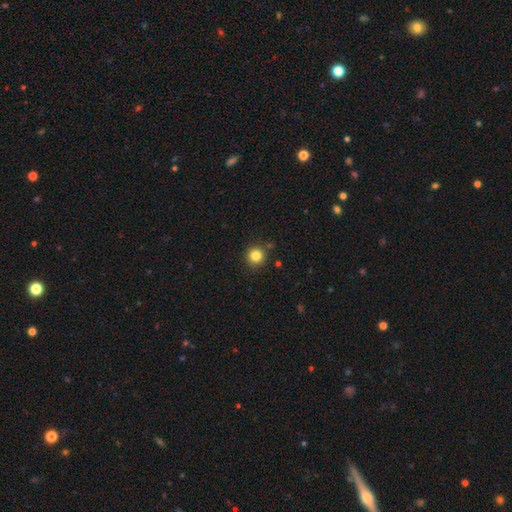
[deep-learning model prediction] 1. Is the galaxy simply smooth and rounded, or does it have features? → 83% smooth, 12% star or artifact, 5% featured or disk.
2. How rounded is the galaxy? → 94% round, 5% in between, 1% cigar-shaped.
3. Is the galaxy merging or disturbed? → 88% none, 7% minor disturbance, 3% merger, 2% major disturbance.